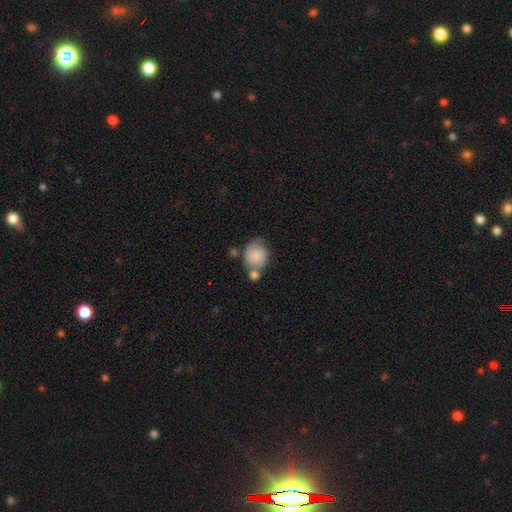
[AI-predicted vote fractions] Q: Smooth or featured?
A: smooth (75%); runner-up: featured or disk (18%)
Q: How rounded?
A: round (64%); runner-up: in between (35%)
Q: Merging?
A: none (40%); runner-up: merger (31%)